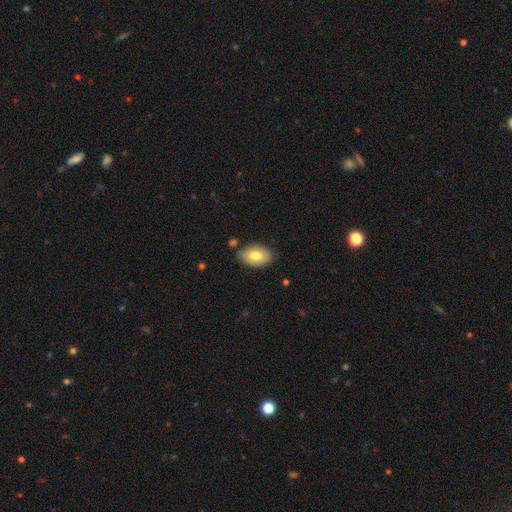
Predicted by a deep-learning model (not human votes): smooth-or-featured: smooth: 74% | featured or disk: 19% | star or artifact: 7%
  how-rounded: in between: 90% | round: 9% | cigar-shaped: 1%
  merging: none: 78% | minor disturbance: 16% | merger: 3% | major disturbance: 3%